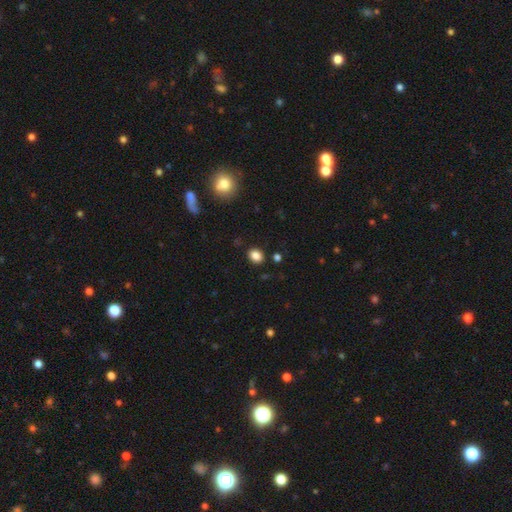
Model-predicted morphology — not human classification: smooth_or_featured: smooth (p=0.85) [alt: star or artifact p=0.11]
how_rounded: in between (p=0.53) [alt: round p=0.46]
merging: none (p=0.87) [alt: minor disturbance p=0.08]